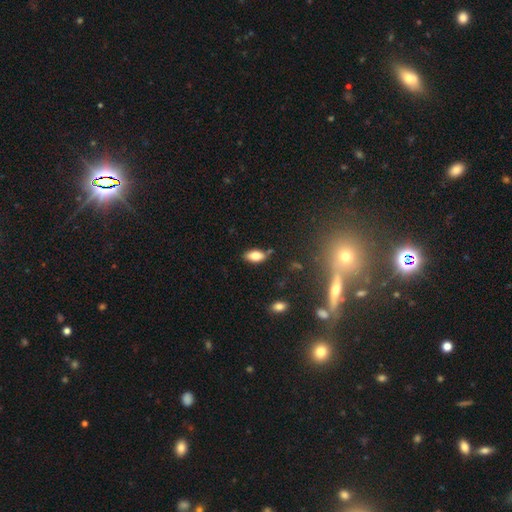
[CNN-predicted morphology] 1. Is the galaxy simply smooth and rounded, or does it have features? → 76% smooth, 15% featured or disk, 9% star or artifact.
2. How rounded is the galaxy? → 89% in between, 8% cigar-shaped, 4% round.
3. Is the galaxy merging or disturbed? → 77% none, 15% minor disturbance, 4% merger, 3% major disturbance.